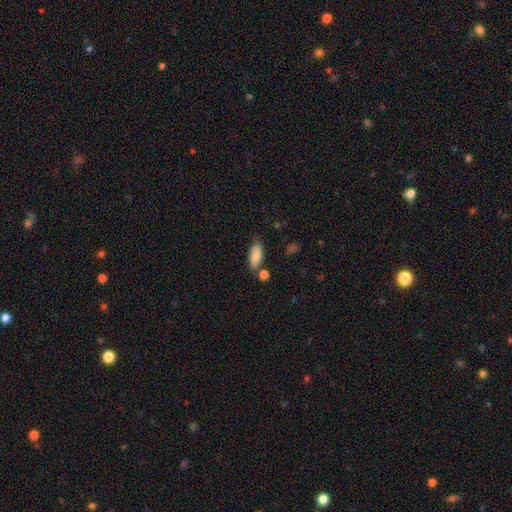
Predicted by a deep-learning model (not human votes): Overall: smooth (82%). How rounded: in between (84%). Merging: none (65%).